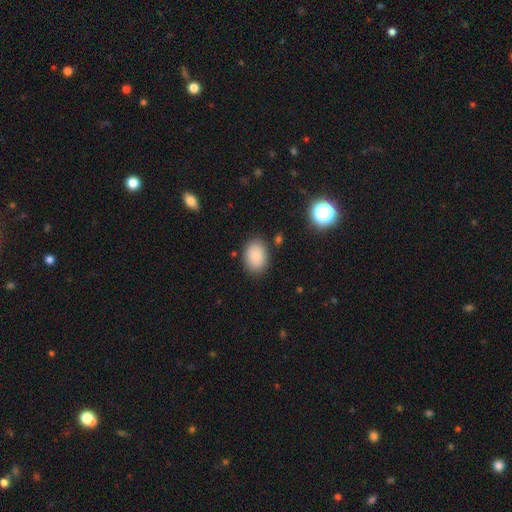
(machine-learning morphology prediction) Smooth or featured? smooth (84%)
How rounded? in between (74%)
Merging? none (83%)